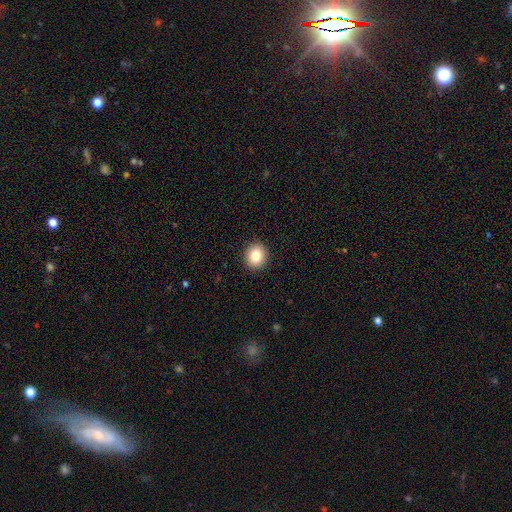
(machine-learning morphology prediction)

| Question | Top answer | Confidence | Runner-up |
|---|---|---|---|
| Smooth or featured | smooth | 84% | star or artifact (9%) |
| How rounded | round | 79% | in between (20%) |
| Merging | none | 92% | minor disturbance (6%) |